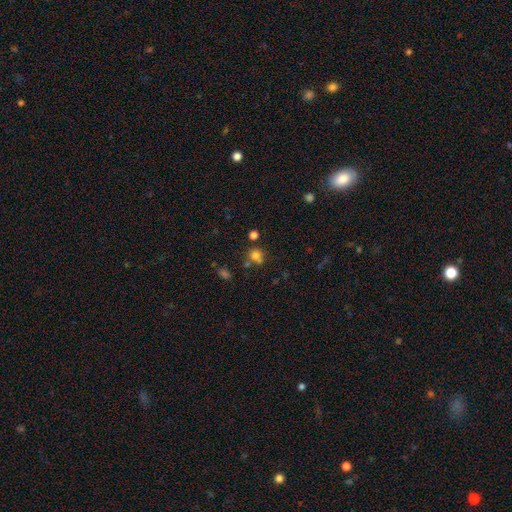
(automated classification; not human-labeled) Smooth or featured? Predicted: smooth (p=0.75). How rounded? Predicted: round (p=0.76). Merging? Predicted: none (p=0.59).